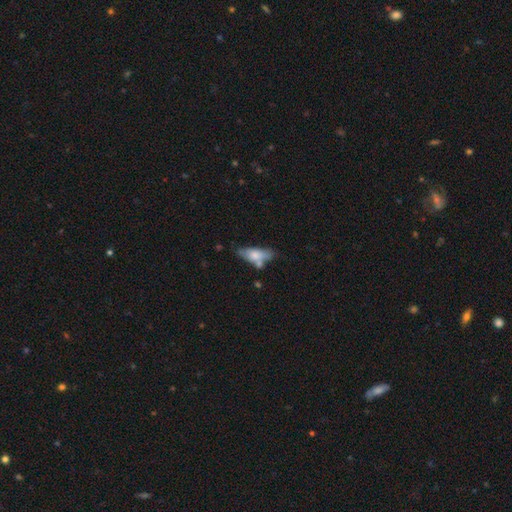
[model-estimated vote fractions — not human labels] Morphology: type=smooth (67%); roundness=in between (72%); merging=none (46%).